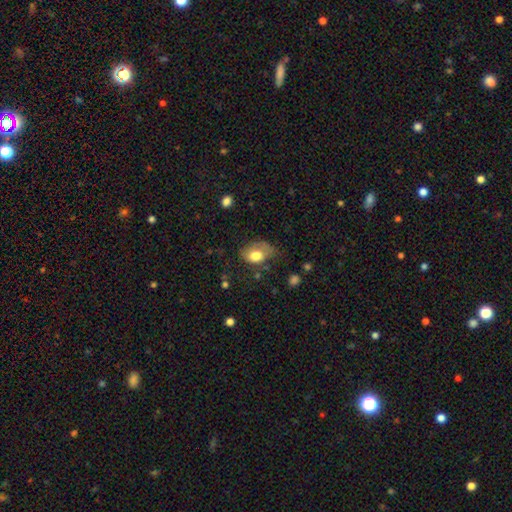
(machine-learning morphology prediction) This is likely a smooth galaxy (71%). How rounded: likely in between (77%). Merging: marginally none (37%).